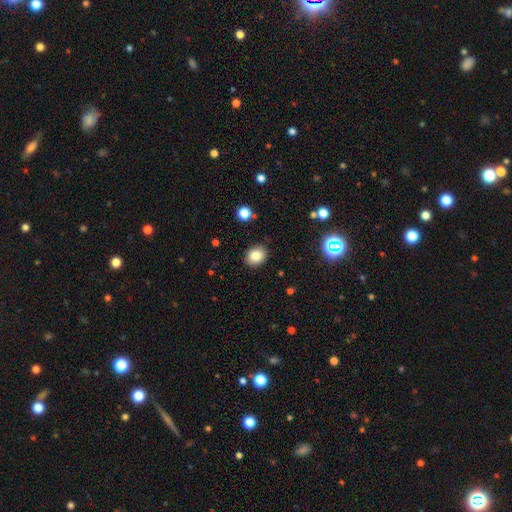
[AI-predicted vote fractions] smooth 82%, star or artifact 11%, featured or disk 7%. Down the decision tree: how rounded — round (54%); merging — none (88%).